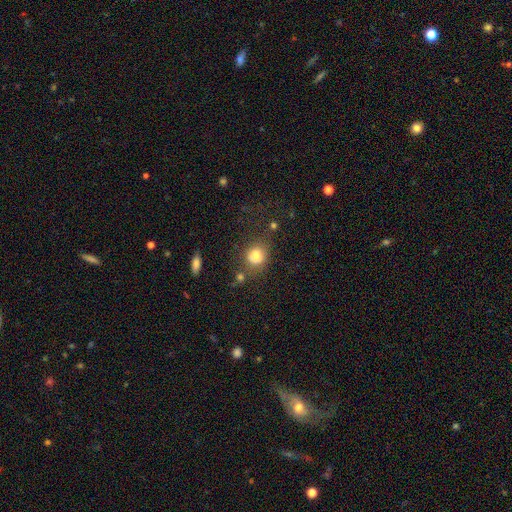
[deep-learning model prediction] This is likely a smooth galaxy (77%). How rounded: likely round (78%). Merging: likely none (65%).